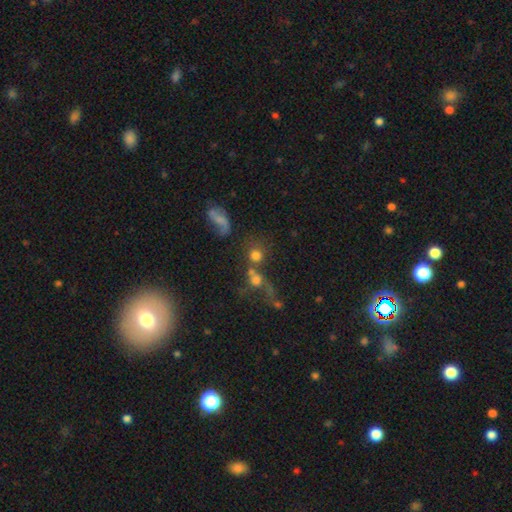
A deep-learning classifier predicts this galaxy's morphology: smooth 69%, featured or disk 16%, star or artifact 16%. Down the decision tree: how rounded — round (82%); merging — merger (43%).